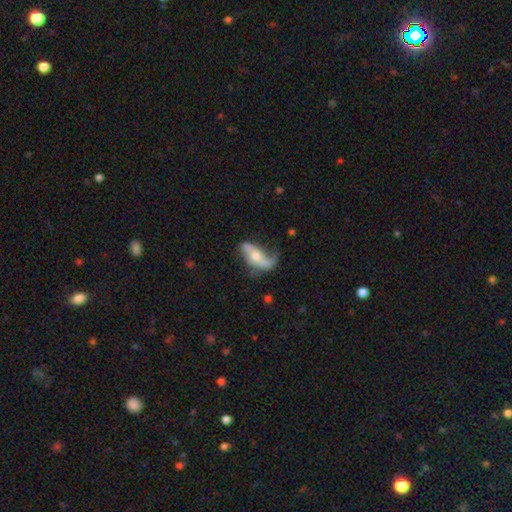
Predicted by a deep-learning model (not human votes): A featured or disk galaxy (63%) with no bar (55%), spiral arms (77%) and a moderate central bulge (61%).

Vote fractions:
- Smooth or featured? featured or disk: 63% / smooth: 31% / star or artifact: 7%
- Edge-on disk? no: 84% / yes: 16%
- Bar? no: 55% / weak: 26% / strong: 19%
- Spiral arms? yes: 77% / no: 23%
- Bulge size? moderate: 61% / small: 30% / large: 5% / none: 2% / dominant: 1%
- Merging? none: 44% / minor disturbance: 29% / major disturbance: 23% / merger: 5%